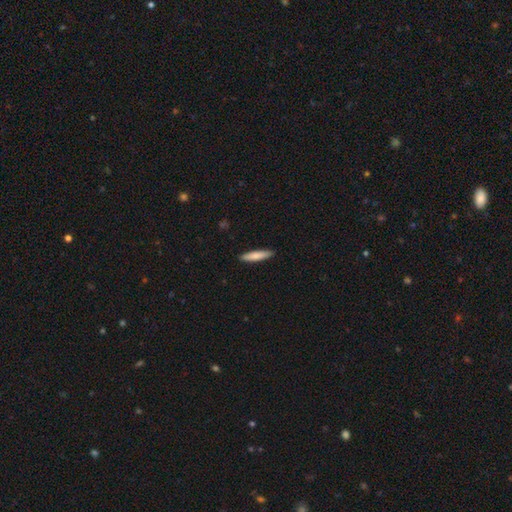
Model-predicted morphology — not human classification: Overall: smooth (78%). How rounded: cigar-shaped (86%). Merging: none (90%).